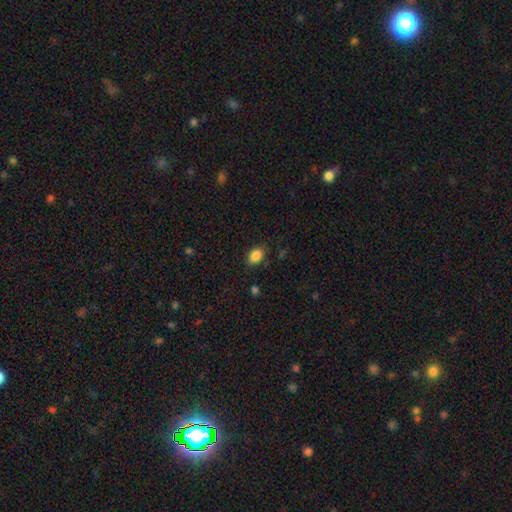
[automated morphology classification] Smooth or featured? Predicted: smooth (p=0.87). How rounded? Predicted: in between (p=0.78). Merging? Predicted: none (p=0.84).